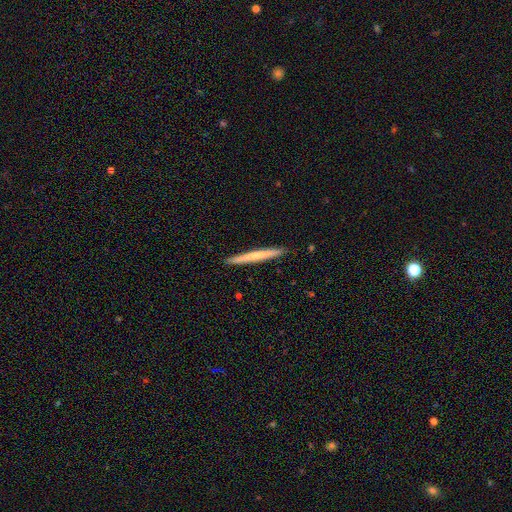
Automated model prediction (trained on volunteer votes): Smooth or featured? Predicted: smooth (p=0.55). How rounded? Predicted: cigar-shaped (p=0.97). Merging? Predicted: none (p=0.92).